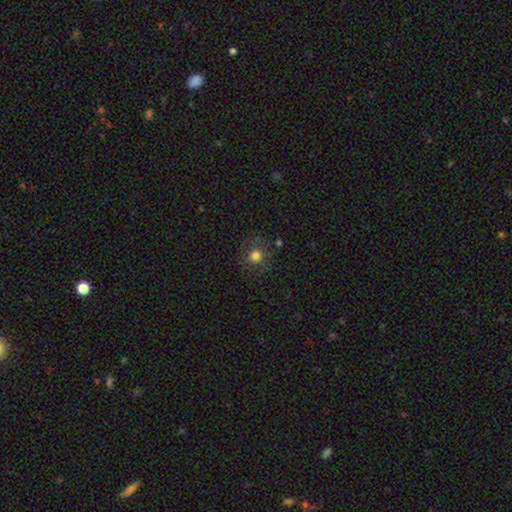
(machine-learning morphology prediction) Smooth or featured? smooth (74%)
How rounded? round (90%)
Merging? none (82%)